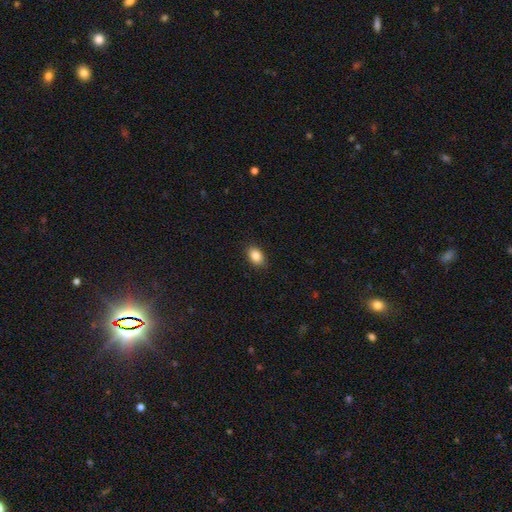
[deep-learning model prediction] This is clearly a smooth galaxy (87%). How rounded: clearly in between (81%). Merging: clearly none (88%).